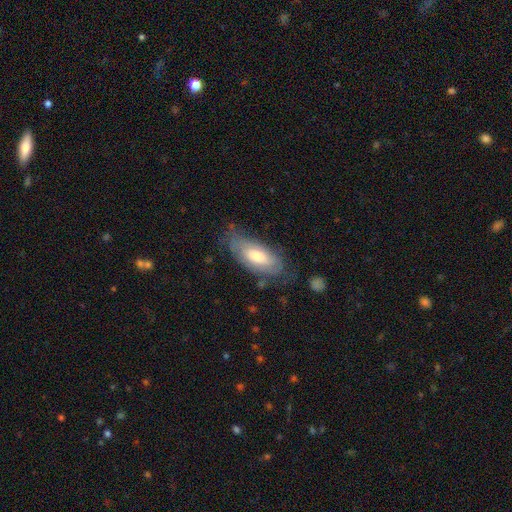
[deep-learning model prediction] Morphology: type=smooth (49%); merging=none (63%).